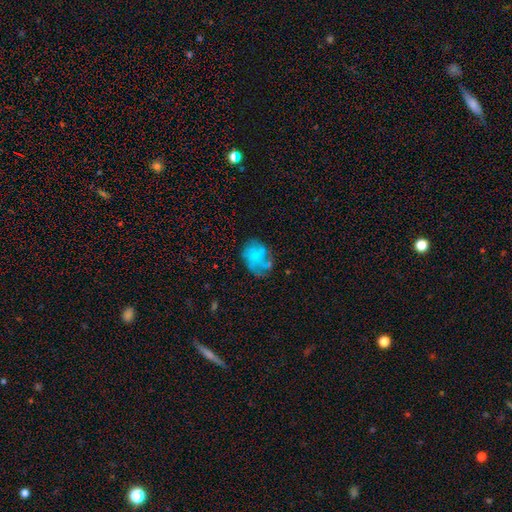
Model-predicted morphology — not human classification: Smooth or featured?
  - featured or disk: 44% *
  - smooth: 43%
  - star or artifact: 13%
Merging?
  - none: 52% *
  - minor disturbance: 25%
  - major disturbance: 19%
  - merger: 4%